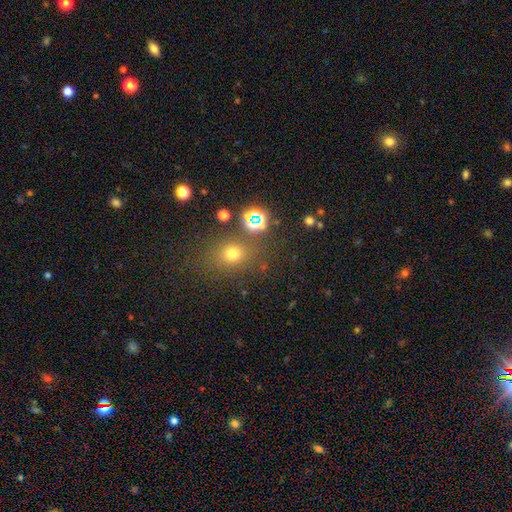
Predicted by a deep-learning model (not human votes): A smooth galaxy with no disk features (56%) that is round (69%). Merging: none (75%).